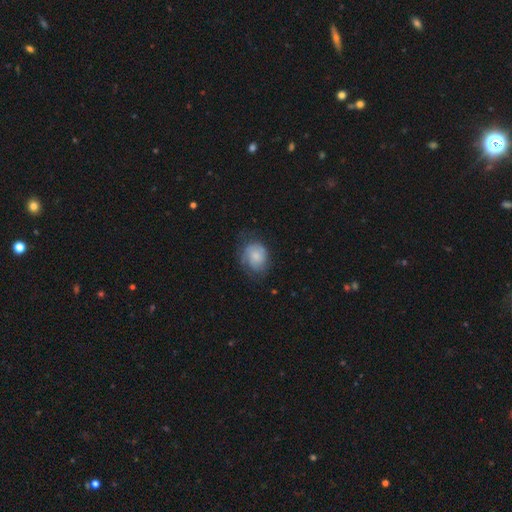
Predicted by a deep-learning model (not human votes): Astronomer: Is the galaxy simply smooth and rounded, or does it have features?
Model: smooth — 56% (runner-up: featured or disk, 36%).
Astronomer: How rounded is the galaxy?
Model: round — 50% (runner-up: in between, 49%).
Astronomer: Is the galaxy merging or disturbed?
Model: none — 55%.